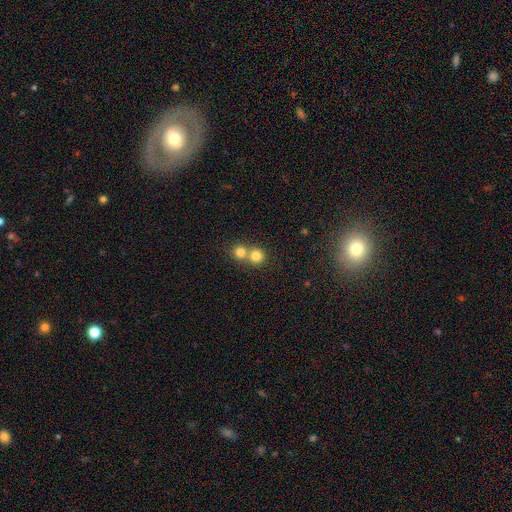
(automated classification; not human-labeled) This is likely a smooth galaxy (78%). How rounded: clearly round (90%). Merging: possibly merger (53%).